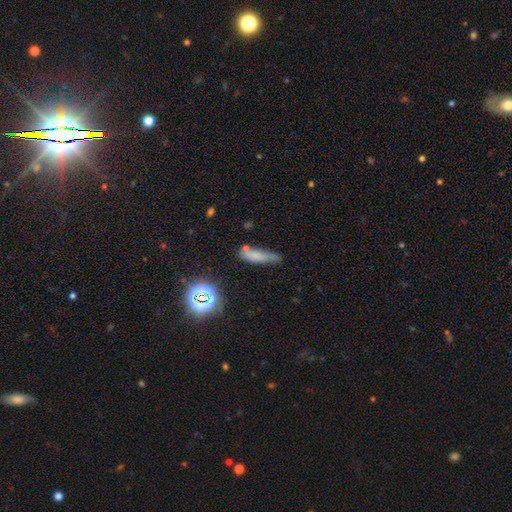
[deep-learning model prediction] Smooth or featured? Predicted: smooth (p=0.66). How rounded? Predicted: cigar-shaped (p=0.67). Merging? Predicted: none (p=0.48).